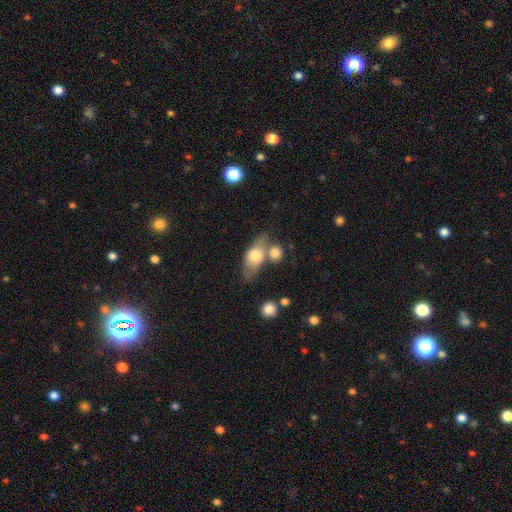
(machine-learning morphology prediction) type=smooth (67%); roundness=in between (77%); merging=none (47%).